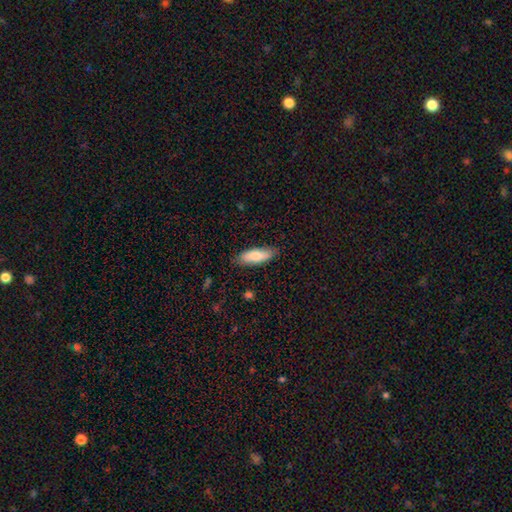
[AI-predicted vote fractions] This appears to be a smooth galaxy with no disk features (80%) that is in between round and cigar-shaped (62%). Merging: none (81%).